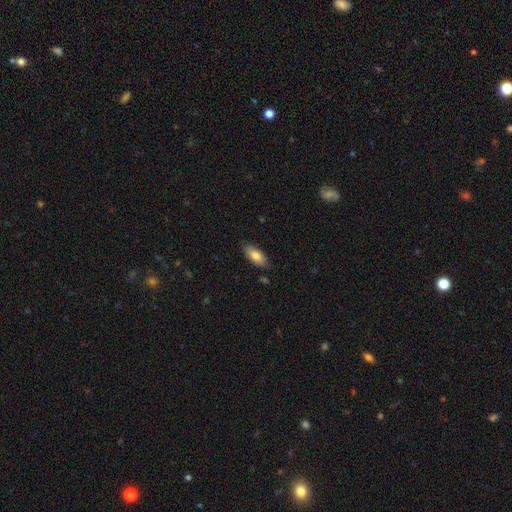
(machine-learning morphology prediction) smooth-or-featured: smooth: 79% | featured or disk: 15% | star or artifact: 6%
  how-rounded: in between: 85% | cigar-shaped: 13% | round: 2%
  merging: none: 84% | minor disturbance: 12% | major disturbance: 2% | merger: 1%